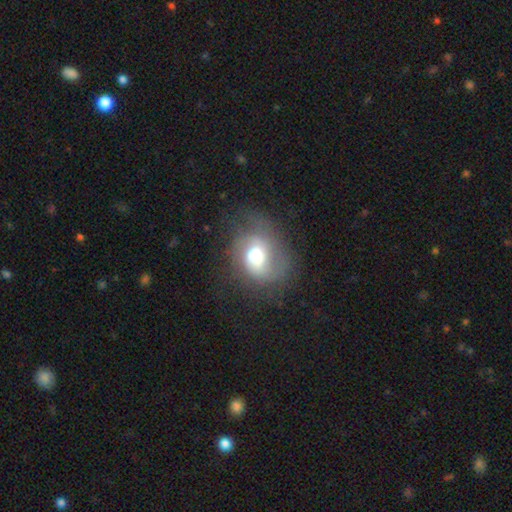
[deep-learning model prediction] smooth-or-featured: featured or disk: 50% | smooth: 38% | star or artifact: 11%
  disk-edge-on: no: 97% | yes: 3%
  merging: none: 48% | major disturbance: 26% | minor disturbance: 24% | merger: 2%